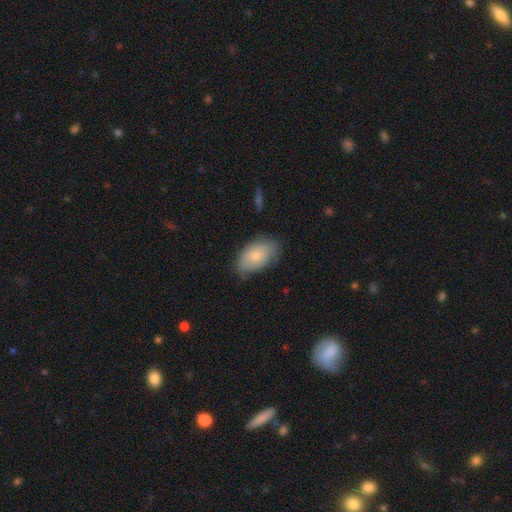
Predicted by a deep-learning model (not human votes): This is likely a smooth galaxy (77%). How rounded: clearly in between (93%). Merging: likely none (71%).